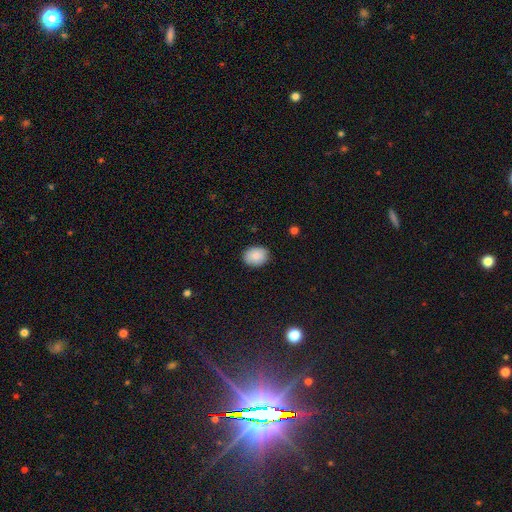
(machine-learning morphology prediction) Smooth or featured? smooth (88%)
How rounded? in between (59%)
Merging? none (87%)